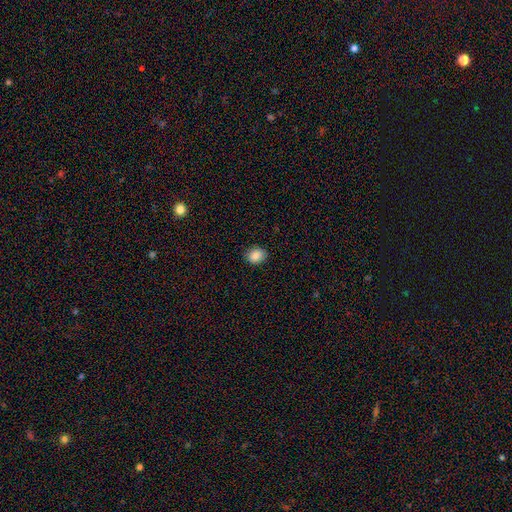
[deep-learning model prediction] Overall: smooth (87%). How rounded: in between (51%; round 48%). Merging: none (87%).